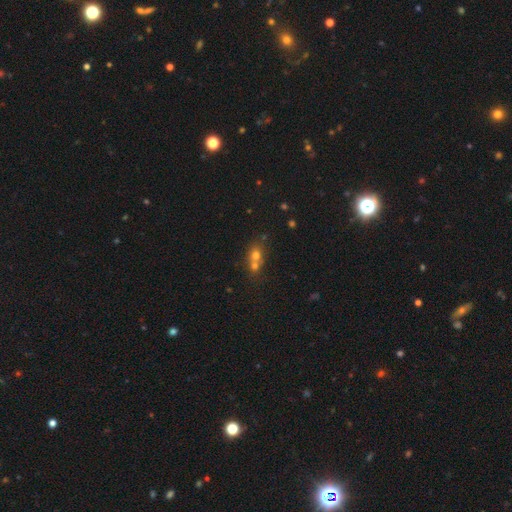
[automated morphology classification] type=smooth (64%); roundness=round (68%); merging=merger (58%).